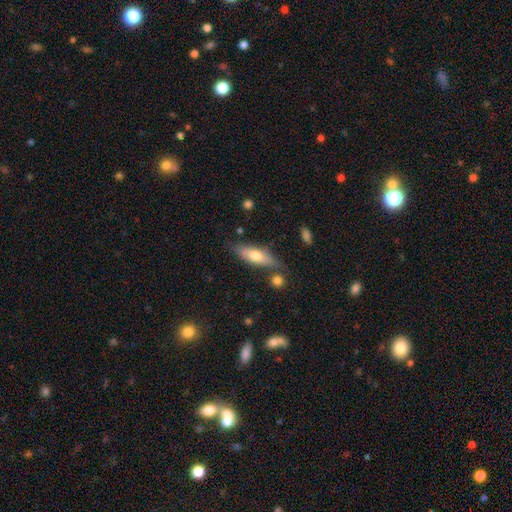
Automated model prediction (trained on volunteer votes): Overall: smooth (64%; featured or disk 30%). How rounded: in between (58%; cigar-shaped 40%). Merging: none (68%).